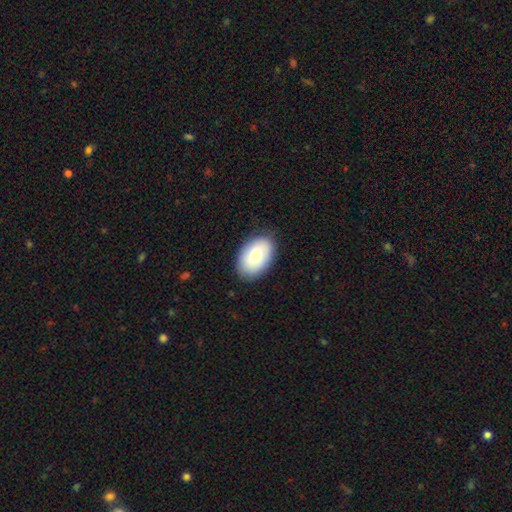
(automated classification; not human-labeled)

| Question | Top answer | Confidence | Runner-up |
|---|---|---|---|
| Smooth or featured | smooth | 84% | featured or disk (10%) |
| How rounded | in between | 93% | round (6%) |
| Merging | none | 85% | minor disturbance (12%) |